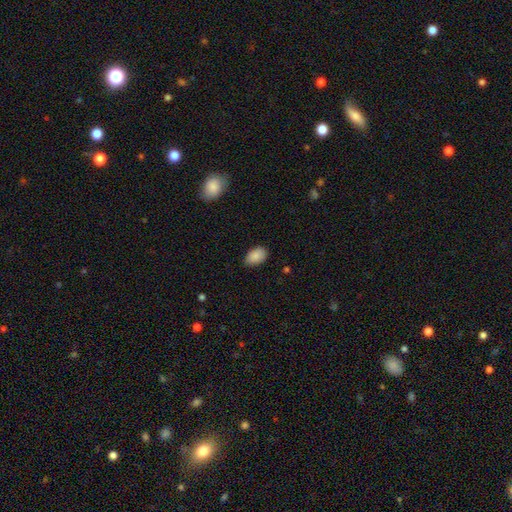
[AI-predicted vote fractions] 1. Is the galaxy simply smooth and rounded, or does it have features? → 88% smooth, 8% star or artifact, 5% featured or disk.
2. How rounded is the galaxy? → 89% in between, 10% round, 1% cigar-shaped.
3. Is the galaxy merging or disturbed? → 81% none, 15% minor disturbance, 3% major disturbance, 1% merger.